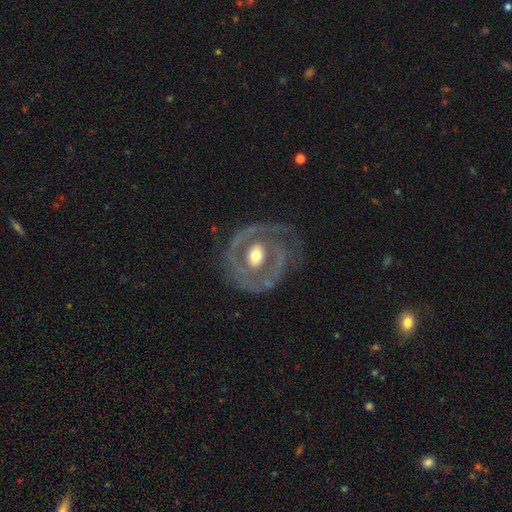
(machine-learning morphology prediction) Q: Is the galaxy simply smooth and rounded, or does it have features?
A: featured or disk — 82%.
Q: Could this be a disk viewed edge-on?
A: no — 97%.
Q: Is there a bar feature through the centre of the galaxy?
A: no — 49%.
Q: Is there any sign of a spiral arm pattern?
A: yes — 73%.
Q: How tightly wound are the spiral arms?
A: tight — 53%.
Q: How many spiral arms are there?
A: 2 — 54%.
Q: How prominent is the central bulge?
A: moderate — 69%.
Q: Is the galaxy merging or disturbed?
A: none — 66%.